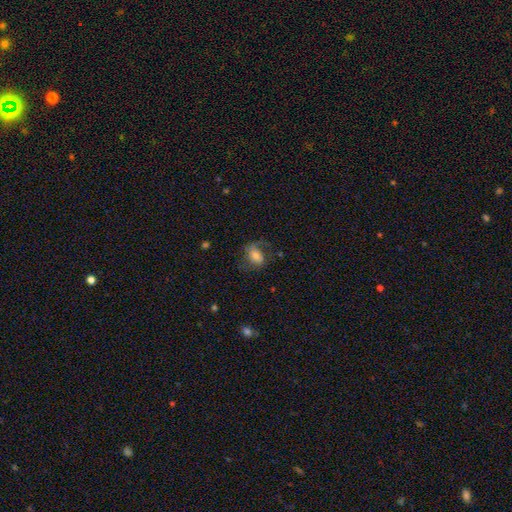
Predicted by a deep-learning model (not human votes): Smooth or featured? smooth (57%)
How rounded? in between (75%)
Merging? none (59%)